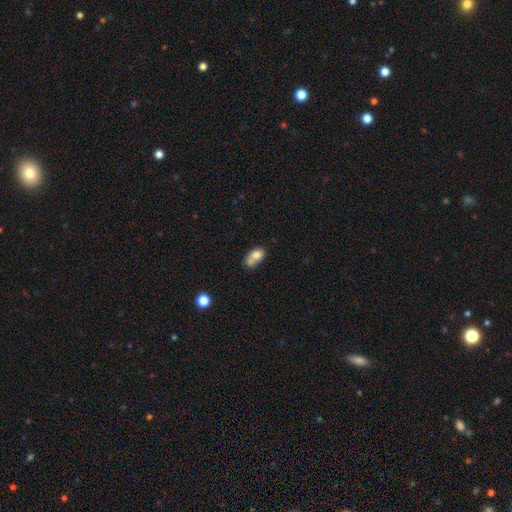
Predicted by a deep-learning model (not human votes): A smooth galaxy with no disk features (74%) that is in between round and cigar-shaped (81%). Merging: merger (37%).